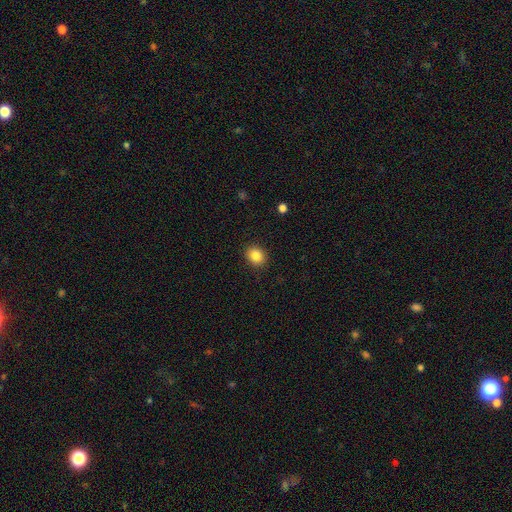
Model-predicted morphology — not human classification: This appears to be a smooth galaxy with no disk features (86%) that is round (61%). Merging: none (89%).